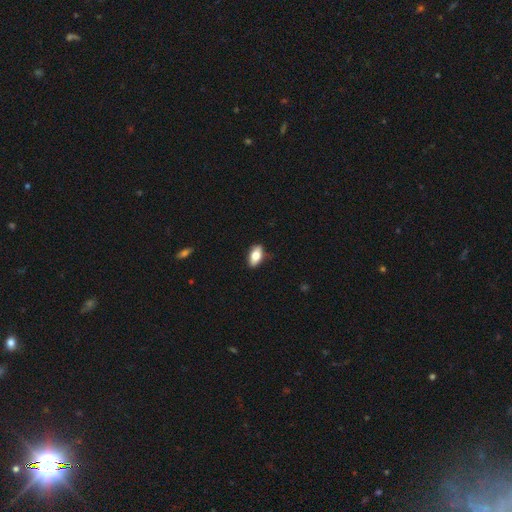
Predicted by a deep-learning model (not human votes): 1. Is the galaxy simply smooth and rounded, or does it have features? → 77% smooth, 17% featured or disk, 7% star or artifact.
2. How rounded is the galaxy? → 90% in between, 5% cigar-shaped, 4% round.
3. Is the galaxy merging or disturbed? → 86% none, 11% minor disturbance, 2% major disturbance, 1% merger.